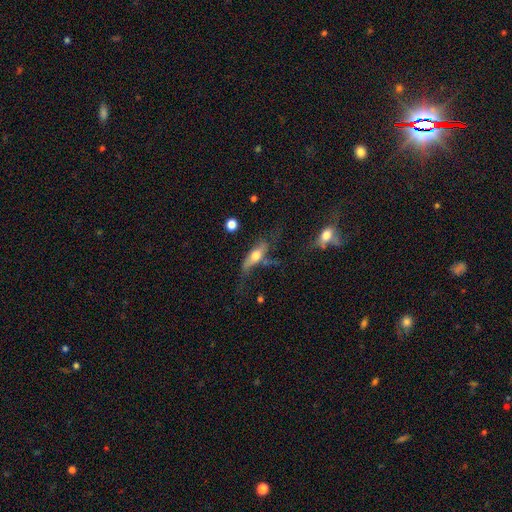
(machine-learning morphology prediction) This is possibly a smooth galaxy (48%). Merging: marginally none (36%).